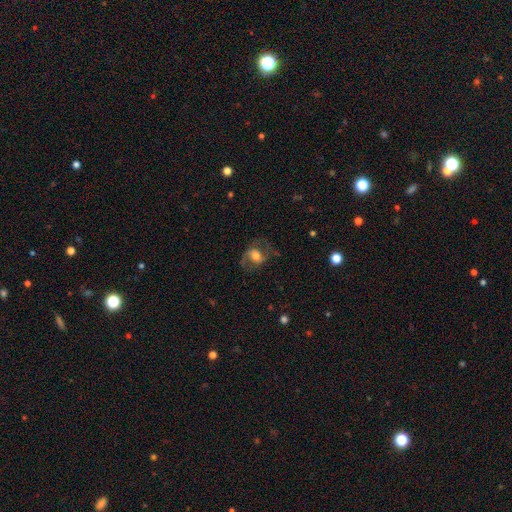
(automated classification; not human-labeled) Smooth or featured? Predicted: featured or disk (p=0.50). Merging? Predicted: none (p=0.57).